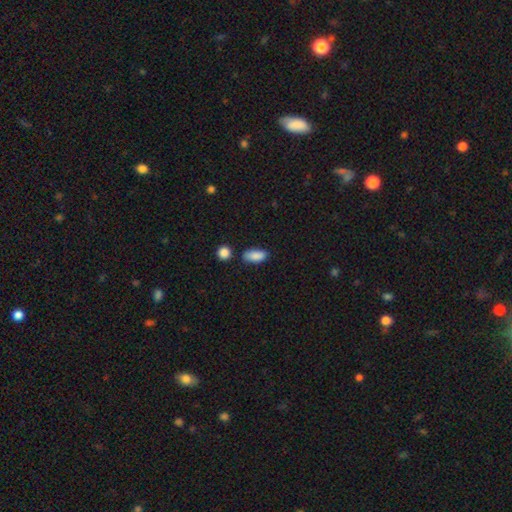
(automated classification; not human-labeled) Smooth or featured? Predicted: smooth (p=0.87). How rounded? Predicted: in between (p=0.86). Merging? Predicted: none (p=0.75).